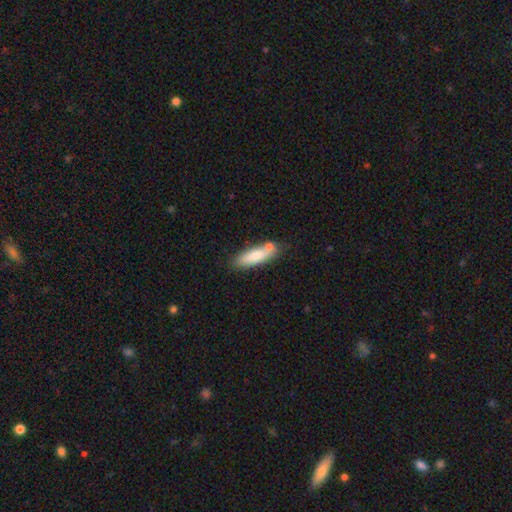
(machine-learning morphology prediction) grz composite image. It shows a smooth galaxy with no disk features (79%) that is cigar-shaped (52%). Merging: none (65%).